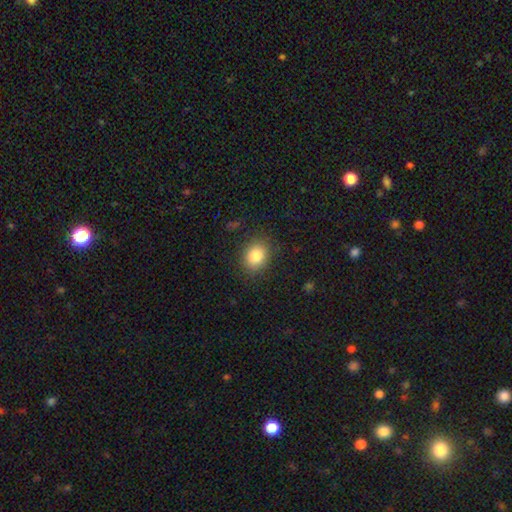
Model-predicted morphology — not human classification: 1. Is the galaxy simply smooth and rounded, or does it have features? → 83% smooth, 10% star or artifact, 7% featured or disk.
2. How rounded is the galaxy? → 56% round, 43% in between, 1% cigar-shaped.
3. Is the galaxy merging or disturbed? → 85% none, 10% minor disturbance, 3% major disturbance, 1% merger.